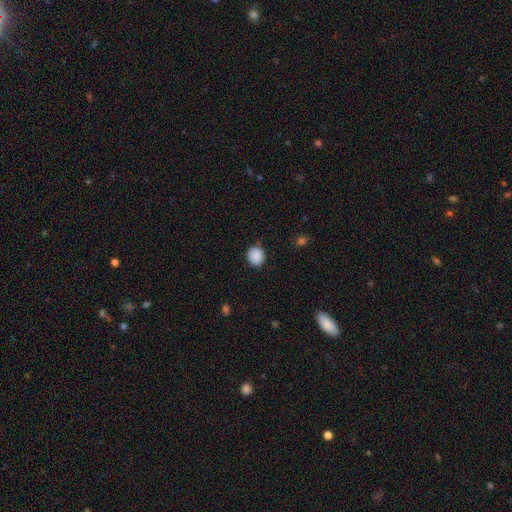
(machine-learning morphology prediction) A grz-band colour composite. It shows a smooth galaxy with no disk features (89%) that is round (81%). Merging: none (85%).